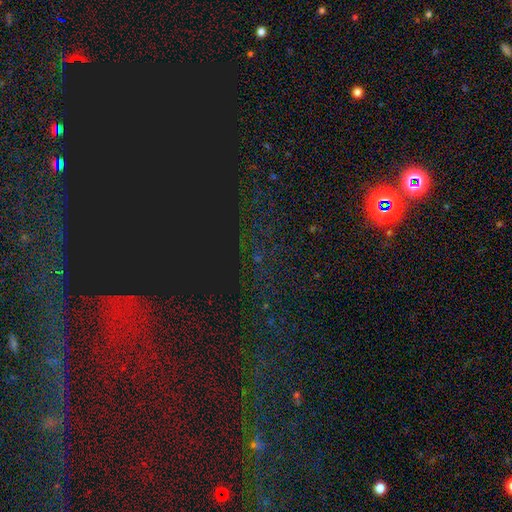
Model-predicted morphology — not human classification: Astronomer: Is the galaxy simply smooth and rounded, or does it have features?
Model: star or artifact — 81%.